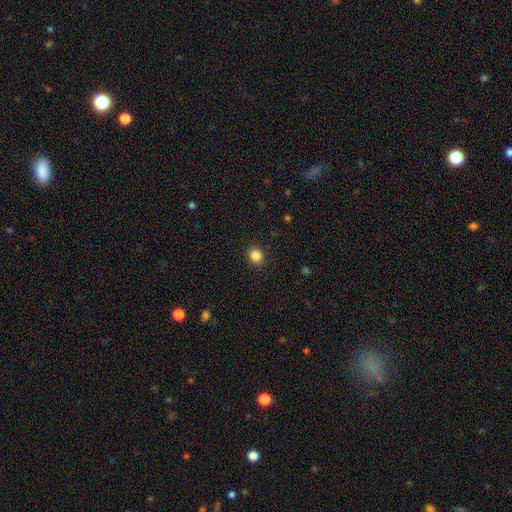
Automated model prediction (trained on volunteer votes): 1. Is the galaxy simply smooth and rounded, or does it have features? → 85% smooth, 11% star or artifact, 4% featured or disk.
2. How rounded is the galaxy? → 82% round, 17% in between, 1% cigar-shaped.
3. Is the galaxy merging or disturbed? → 91% none, 6% minor disturbance, 2% major disturbance, 1% merger.